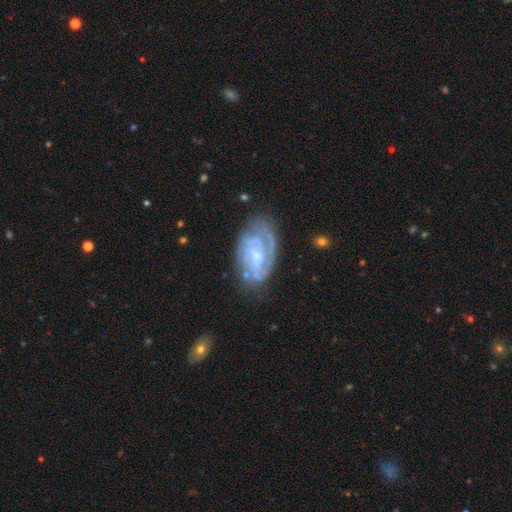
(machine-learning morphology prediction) Q: Smooth or featured?
A: featured or disk (80%); runner-up: smooth (13%)
Q: Edge-on disk?
A: no (96%); runner-up: yes (4%)
Q: Bar?
A: weak (46%); runner-up: no (41%)
Q: Spiral arms?
A: yes (90%); runner-up: no (10%)
Q: Spiral winding?
A: tight (55%); runner-up: medium (35%)
Q: Spiral arm count?
A: 2 (38%); runner-up: can't tell (32%)
Q: Bulge size?
A: small (59%); runner-up: moderate (28%)
Q: Merging?
A: none (63%); runner-up: minor disturbance (23%)